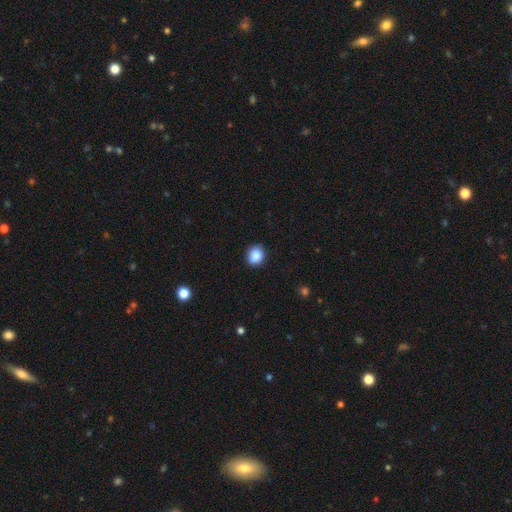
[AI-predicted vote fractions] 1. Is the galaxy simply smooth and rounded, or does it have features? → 86% smooth, 9% star or artifact, 5% featured or disk.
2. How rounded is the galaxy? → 71% round, 28% in between, 1% cigar-shaped.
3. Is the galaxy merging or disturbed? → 85% none, 12% minor disturbance, 2% major disturbance, 1% merger.